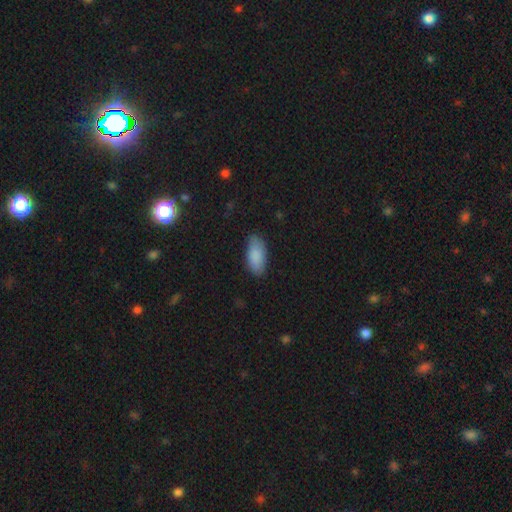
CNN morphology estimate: Smooth or featured? smooth (88%)
How rounded? in between (88%)
Merging? none (81%)